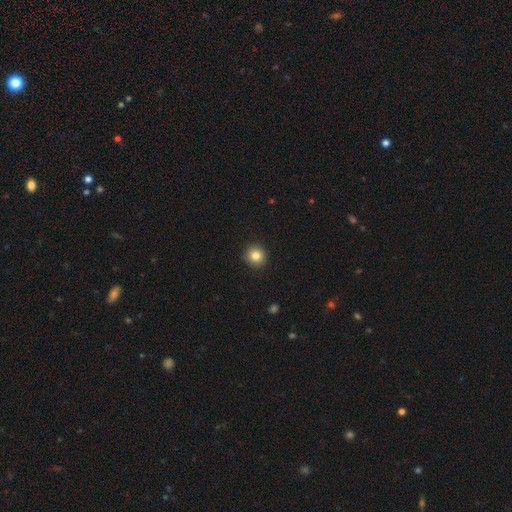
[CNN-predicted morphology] Smooth or featured: smooth — 84% (star or artifact — 11%)
How rounded: round — 92% (in between — 8%)
Merging: none — 92% (minor disturbance — 6%)